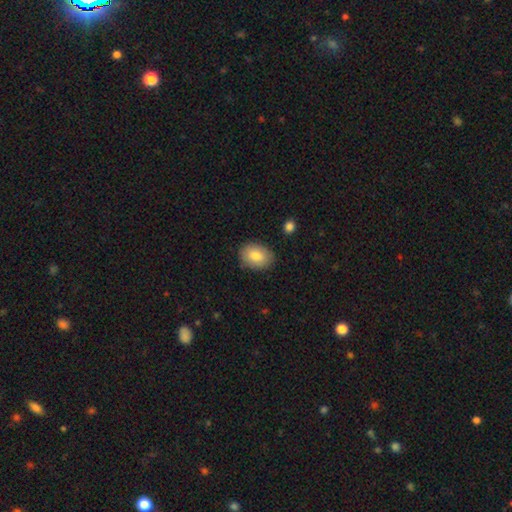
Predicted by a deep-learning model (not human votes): This appears to be a smooth galaxy with no disk features (81%) that is in between round and cigar-shaped (78%). Merging: none (85%).